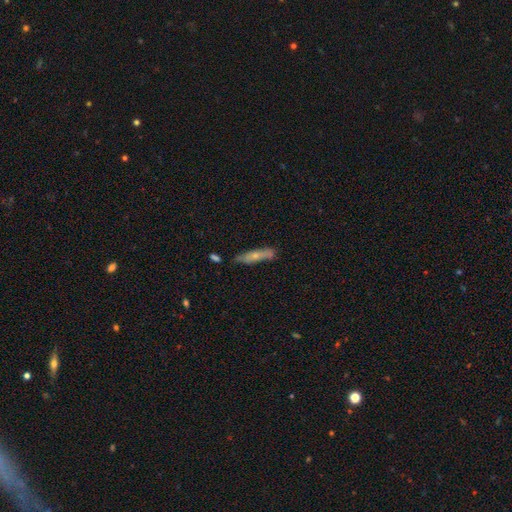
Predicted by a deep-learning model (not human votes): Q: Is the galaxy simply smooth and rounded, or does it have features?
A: smooth — 53%.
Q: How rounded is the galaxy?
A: cigar-shaped — 81%.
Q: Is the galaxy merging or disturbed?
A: none — 71%.